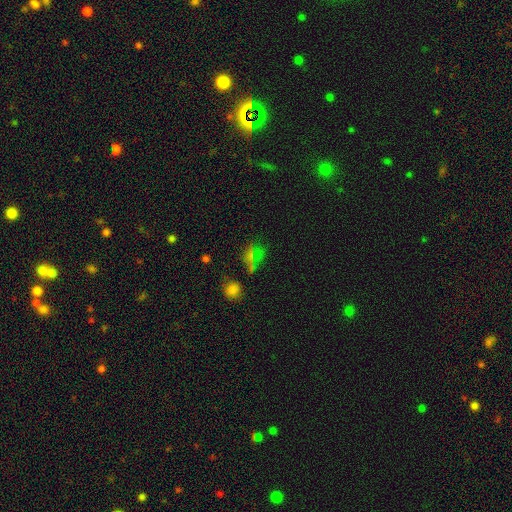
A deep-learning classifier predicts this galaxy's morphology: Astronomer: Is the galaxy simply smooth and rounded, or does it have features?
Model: smooth — 45% (runner-up: star or artifact, 44%).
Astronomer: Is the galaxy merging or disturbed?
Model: none — 75%.